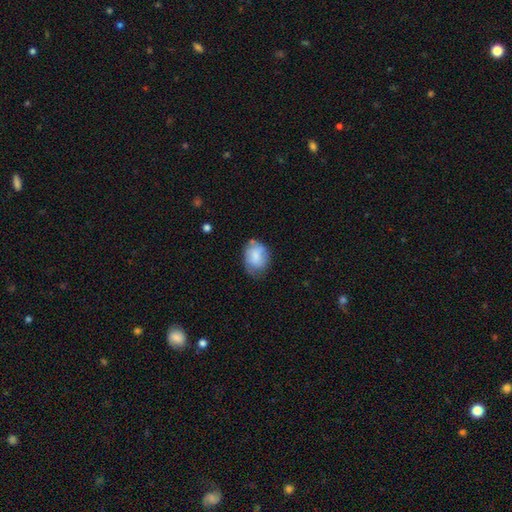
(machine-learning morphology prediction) Overall: smooth (76%). How rounded: in between (63%; round 36%). Merging: none (50%; minor disturbance 35%).